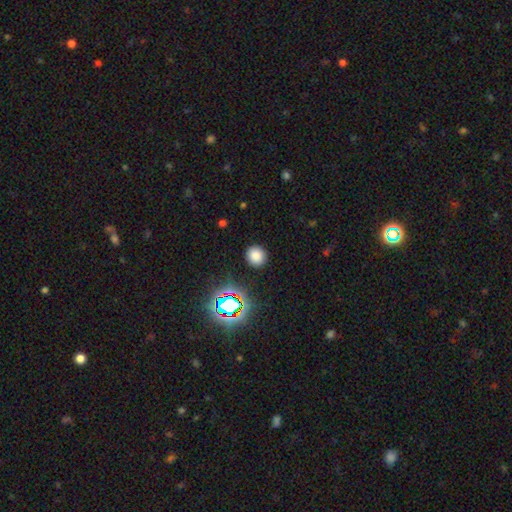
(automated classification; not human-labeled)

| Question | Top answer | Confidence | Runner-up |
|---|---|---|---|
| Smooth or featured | smooth | 78% | star or artifact (17%) |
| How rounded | round | 84% | in between (15%) |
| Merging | none | 89% | minor disturbance (7%) |